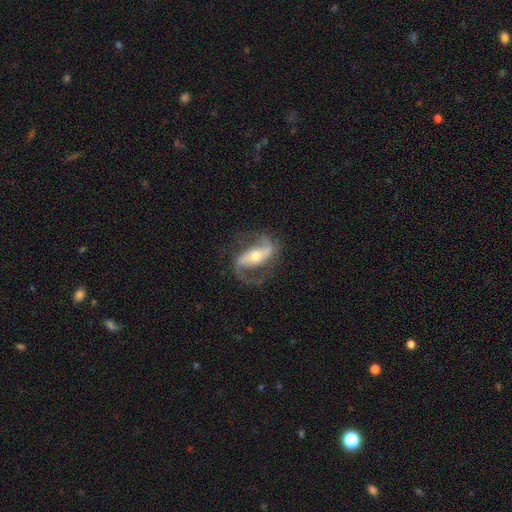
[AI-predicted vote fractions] Q: Smooth or featured?
A: featured or disk (89%); runner-up: smooth (6%)
Q: Edge-on disk?
A: no (95%); runner-up: yes (5%)
Q: Bar?
A: strong (48%); runner-up: weak (29%)
Q: Spiral arms?
A: yes (96%); runner-up: no (4%)
Q: Spiral winding?
A: medium (47%); runner-up: loose (40%)
Q: Spiral arm count?
A: 2 (92%); runner-up: 1 (3%)
Q: Bulge size?
A: moderate (57%); runner-up: small (37%)
Q: Merging?
A: none (76%); runner-up: minor disturbance (14%)